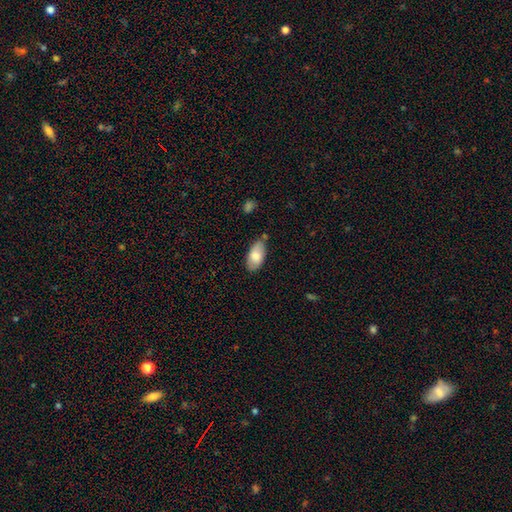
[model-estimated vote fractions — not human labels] Overall: smooth (78%). How rounded: in between (94%). Merging: none (72%).